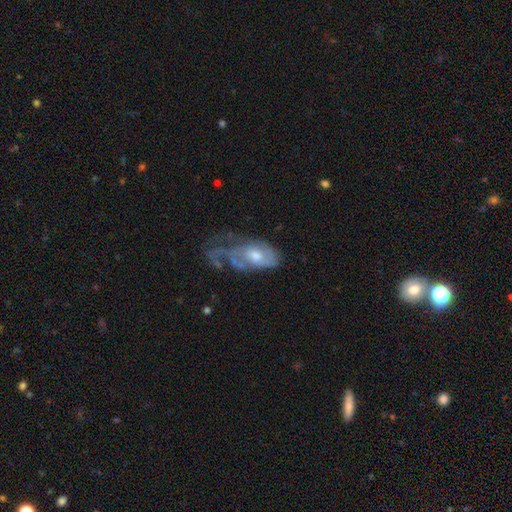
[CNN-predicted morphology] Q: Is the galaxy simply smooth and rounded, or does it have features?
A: featured or disk — 67%.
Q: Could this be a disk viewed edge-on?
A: no — 94%.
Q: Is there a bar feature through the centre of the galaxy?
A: no — 72%.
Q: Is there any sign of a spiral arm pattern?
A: yes — 71%.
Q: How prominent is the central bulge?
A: moderate — 67%.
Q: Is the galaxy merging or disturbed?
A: major disturbance — 49%.